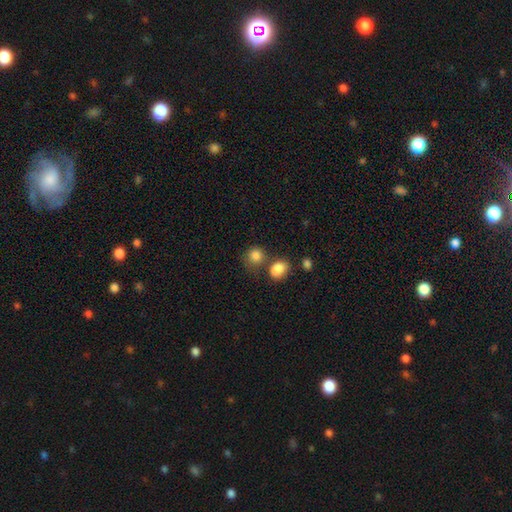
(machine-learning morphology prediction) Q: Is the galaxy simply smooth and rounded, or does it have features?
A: smooth — 84%.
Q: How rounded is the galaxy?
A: round — 72%.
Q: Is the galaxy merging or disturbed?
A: none — 55%.